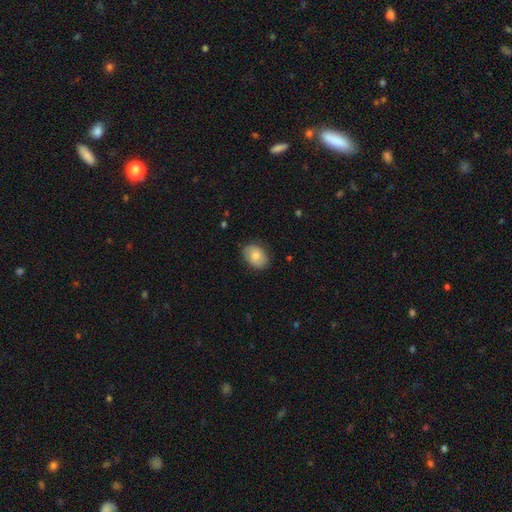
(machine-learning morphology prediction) Q: Smooth or featured?
A: smooth (78%); runner-up: featured or disk (15%)
Q: How rounded?
A: in between (71%); runner-up: round (28%)
Q: Merging?
A: none (81%); runner-up: minor disturbance (14%)